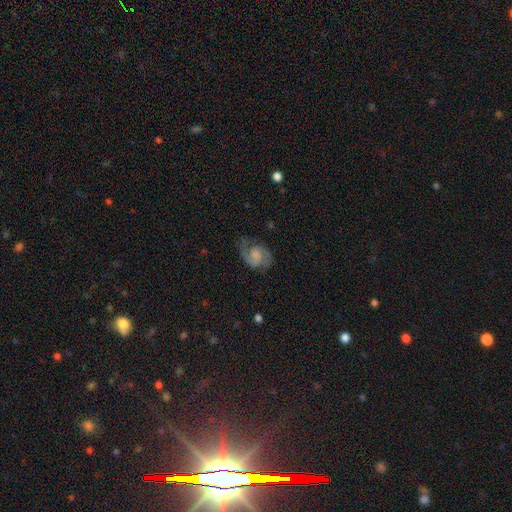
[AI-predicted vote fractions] This is clearly a featured or disk galaxy (82%). It is clearly not viewed edge-on (98%). Bar: possibly no (54%). Spiral arm pattern: clearly yes (96%). Spiral arm count: clearly 2 (85%). Spiral winding: possibly medium (55%). Central bulge: marginally small (34%). Merging: likely none (66%).